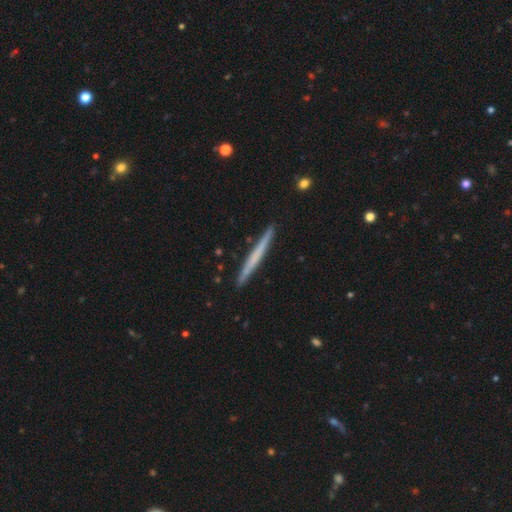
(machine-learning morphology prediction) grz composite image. It shows a smooth galaxy with no disk features (50%). Merging: none (91%).